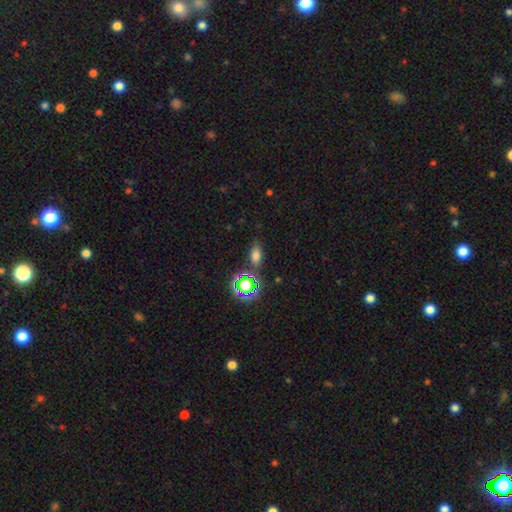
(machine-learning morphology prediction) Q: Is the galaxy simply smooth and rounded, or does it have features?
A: smooth — 69%.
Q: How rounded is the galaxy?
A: in between — 79%.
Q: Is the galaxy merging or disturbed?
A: none — 77%.